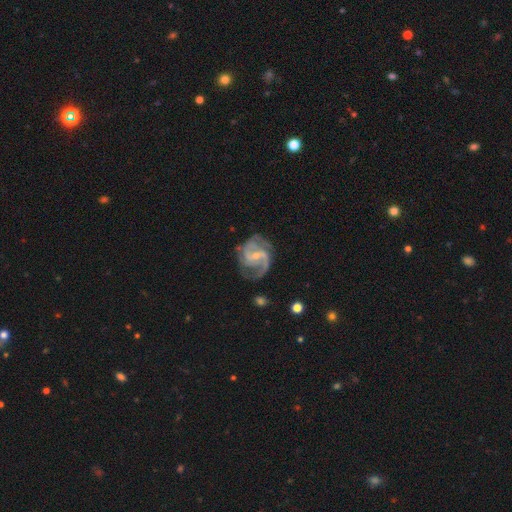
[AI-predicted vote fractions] smooth-or-featured: featured or disk: 90% | smooth: 5% | star or artifact: 5%
  disk-edge-on: no: 98% | yes: 2%
    bar: weak: 50% | no: 28% | strong: 22%
    has-spiral-arms: yes: 97% | no: 3%
      spiral-winding: medium: 56% | tight: 23% | loose: 22%
      spiral-arm-count: 2: 66% | 3: 16% | can't tell: 8% | 1: 4% | 4: 3% | more than 4: 3%
    bulge-size: small: 66% | moderate: 30% | none: 3% | large: 1% | dominant: 1%
  merging: none: 66% | minor disturbance: 20% | major disturbance: 12% | merger: 2%